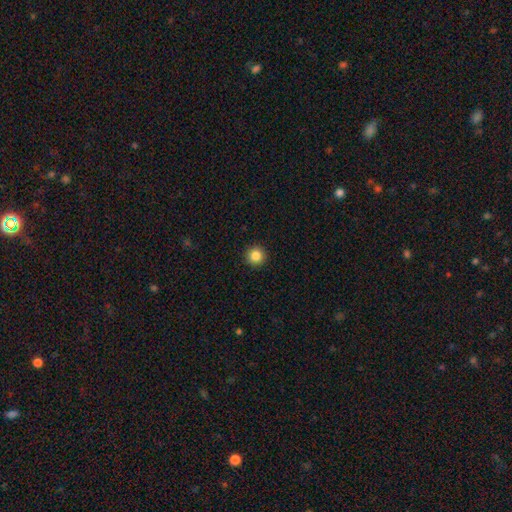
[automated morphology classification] type=smooth (85%); roundness=round (96%); merging=none (93%).